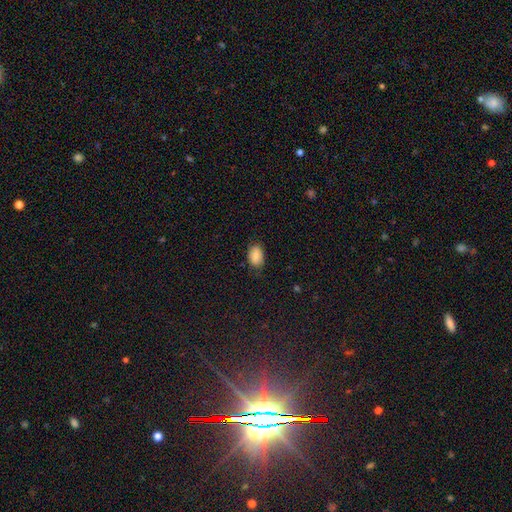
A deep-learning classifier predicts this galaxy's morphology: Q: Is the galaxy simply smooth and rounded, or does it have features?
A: smooth — 86%.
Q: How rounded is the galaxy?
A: in between — 88%.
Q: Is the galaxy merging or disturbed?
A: none — 75%.